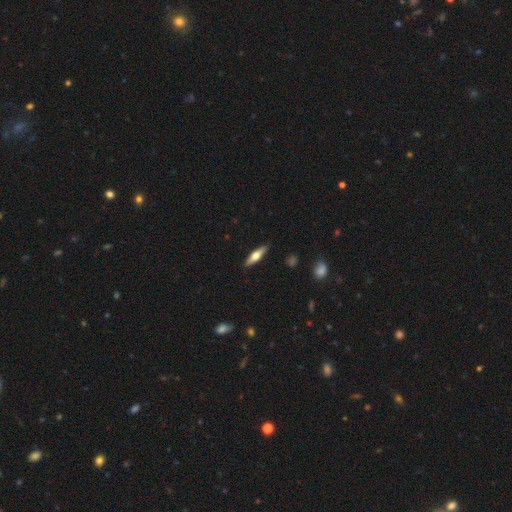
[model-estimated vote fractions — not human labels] The model was most divided on "smooth or featured": smooth: 48%, featured or disk: 46%, star or artifact: 6%. More confident: merging — none (89%).